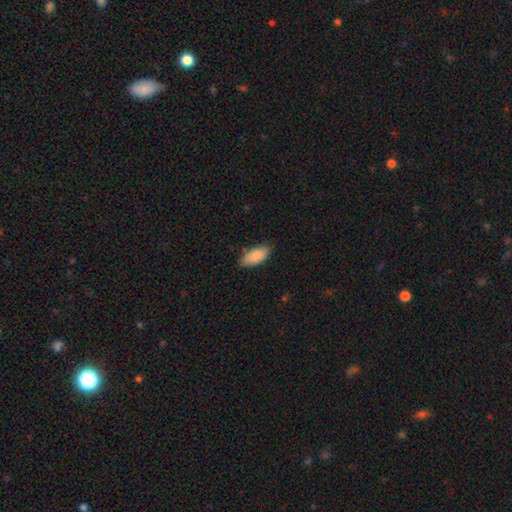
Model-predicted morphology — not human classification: Q: Smooth or featured?
A: smooth (88%); runner-up: featured or disk (6%)
Q: How rounded?
A: in between (87%); runner-up: cigar-shaped (12%)
Q: Merging?
A: none (79%); runner-up: minor disturbance (17%)